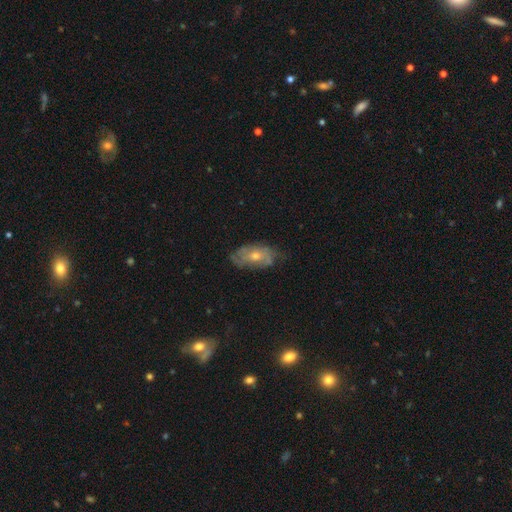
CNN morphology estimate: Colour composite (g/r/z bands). It shows a featured or disk galaxy (64%) with no bar (77%), spiral arms (73%) and a moderate central bulge (60%). Merging: none (67%).